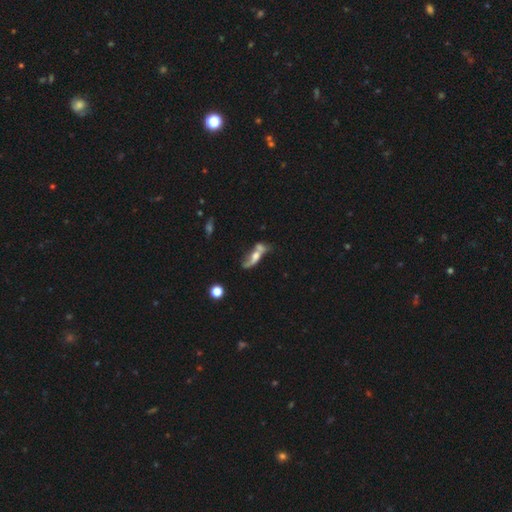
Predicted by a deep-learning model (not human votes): Overall: featured or disk (55%; smooth 35%). Edge-on disk: no (69%; yes 31%). Merging: merger (45%; none 25%).